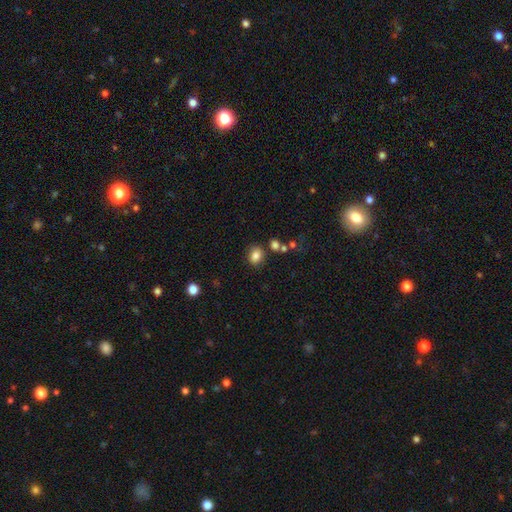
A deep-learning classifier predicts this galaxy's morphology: type=smooth (82%); roundness=in between (52%); merging=none (76%).